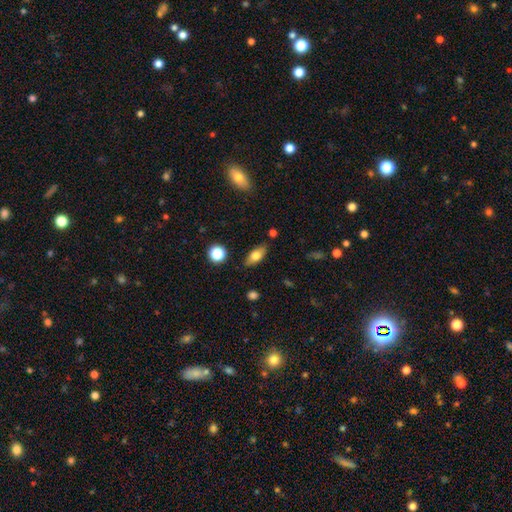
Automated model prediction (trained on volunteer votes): This appears to be a smooth galaxy with no disk features (68%) that is in between round and cigar-shaped (80%). Merging: none (83%).